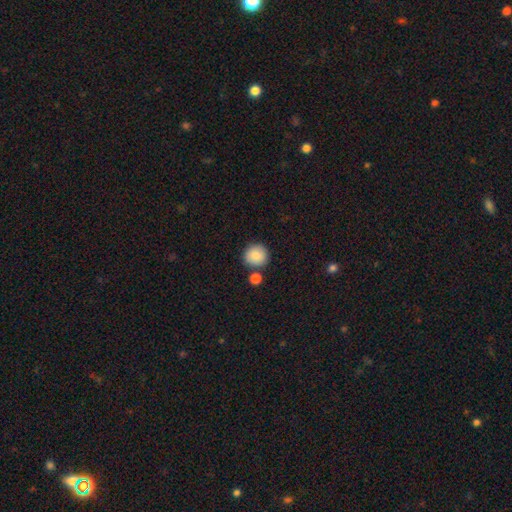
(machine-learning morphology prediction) This appears to be a smooth galaxy with no disk features (86%) that is round (92%). Merging: none (77%).